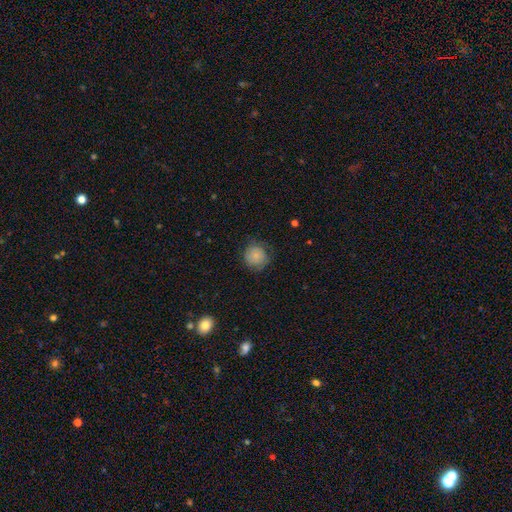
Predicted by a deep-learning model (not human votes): Smooth or featured? smooth (78%)
How rounded? round (89%)
Merging? none (70%)